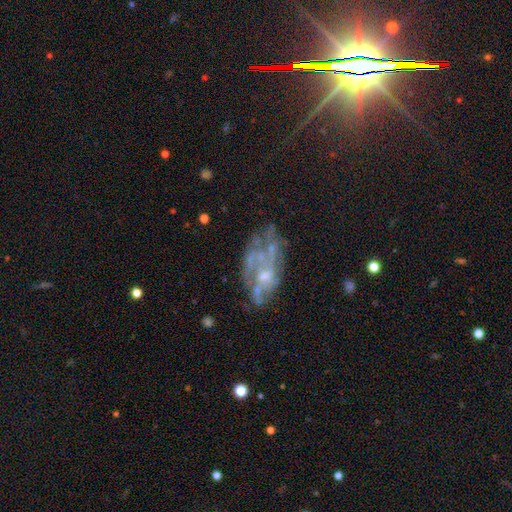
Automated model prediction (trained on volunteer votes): Morphology: type=featured or disk (68%); edge-on=no (95%); bar=no (76%); spiral arms=yes (60%); bulge=small (52%); merging=none (52%).